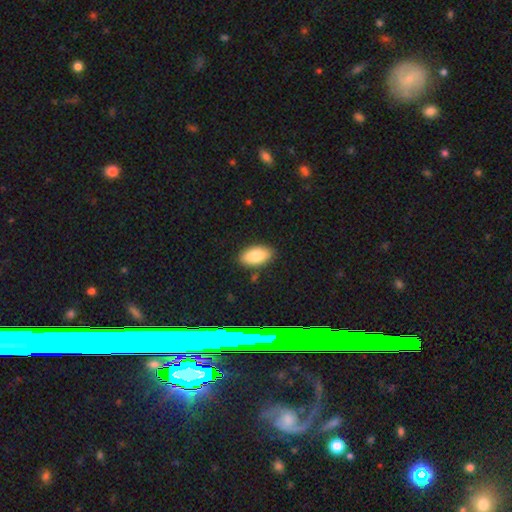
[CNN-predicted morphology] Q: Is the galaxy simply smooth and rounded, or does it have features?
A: smooth — 83%.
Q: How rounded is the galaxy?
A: in between — 94%.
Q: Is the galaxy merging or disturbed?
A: none — 86%.